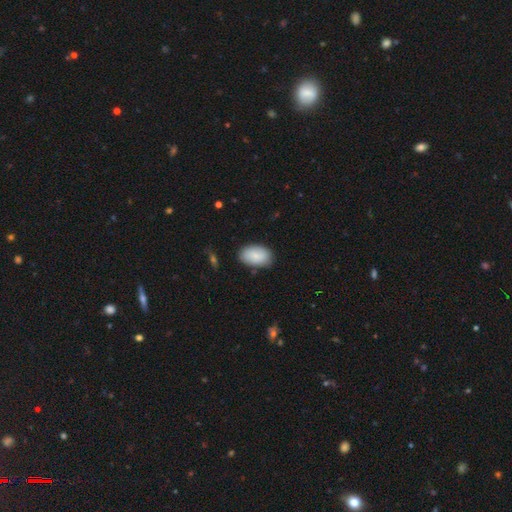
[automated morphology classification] The model was most divided on "merging": none: 81%, minor disturbance: 14%, major disturbance: 3%, merger: 2%. More confident: how rounded — in between (92%); smooth or featured — smooth (84%).